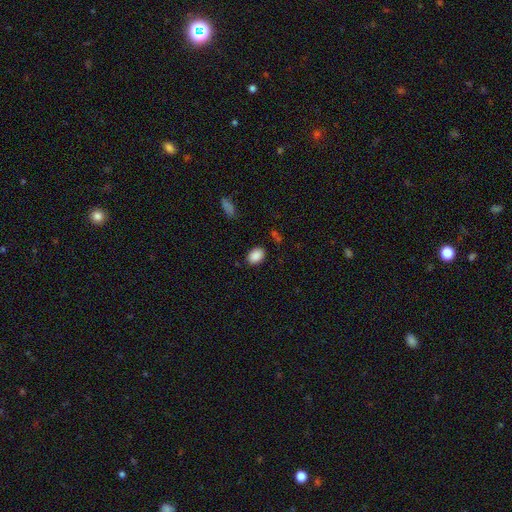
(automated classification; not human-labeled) Smooth or featured: smooth — 88% (star or artifact — 8%)
How rounded: in between — 75% (round — 24%)
Merging: none — 85% (minor disturbance — 10%)